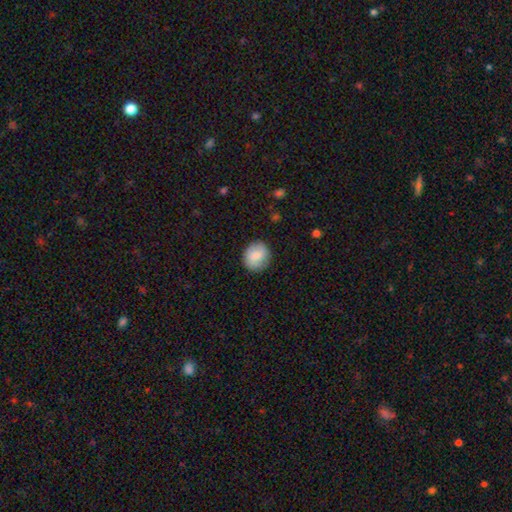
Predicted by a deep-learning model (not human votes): A smooth galaxy with no disk features (82%) that is round (79%). Merging: none (85%).